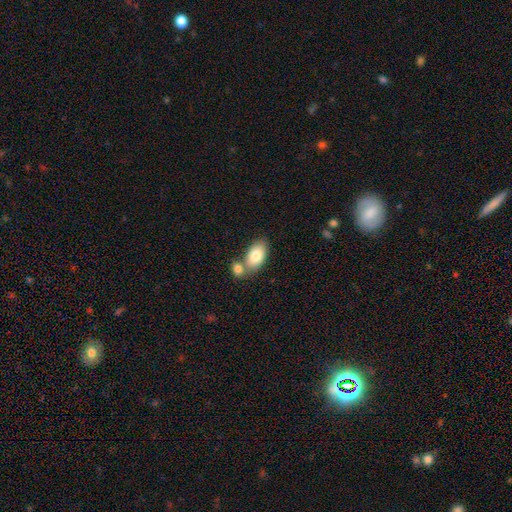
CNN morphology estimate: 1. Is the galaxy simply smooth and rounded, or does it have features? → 81% smooth, 13% featured or disk, 6% star or artifact.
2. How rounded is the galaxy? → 93% in between, 5% round, 2% cigar-shaped.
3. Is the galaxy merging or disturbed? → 47% none, 40% merger, 11% minor disturbance, 3% major disturbance.